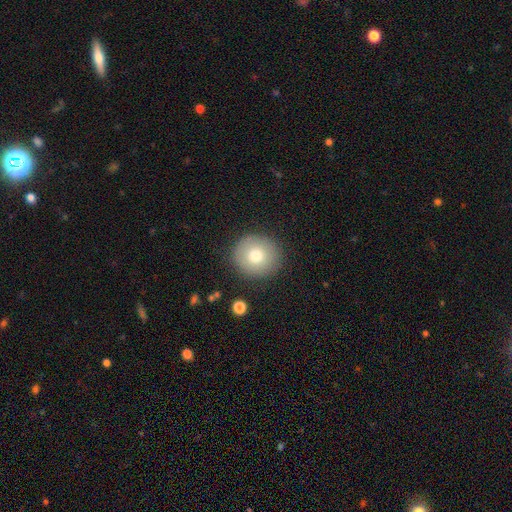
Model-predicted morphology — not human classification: smooth_or_featured: smooth (p=0.75) [alt: featured or disk p=0.16]
how_rounded: round (p=0.91) [alt: in between p=0.08]
merging: none (p=0.88) [alt: minor disturbance p=0.08]